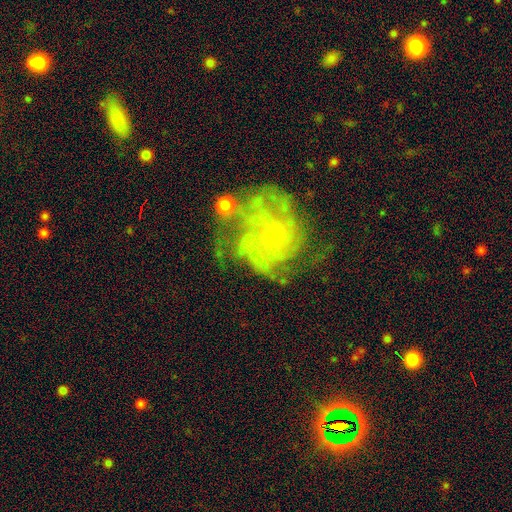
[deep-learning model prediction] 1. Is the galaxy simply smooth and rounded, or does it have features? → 76% featured or disk, 12% star or artifact, 12% smooth.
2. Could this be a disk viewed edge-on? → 98% no, 2% yes.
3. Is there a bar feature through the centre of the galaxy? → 74% no, 20% weak, 7% strong.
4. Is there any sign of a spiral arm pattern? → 88% yes, 12% no.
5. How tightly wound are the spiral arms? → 54% tight, 35% medium, 11% loose.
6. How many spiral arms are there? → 26% 3, 25% can't tell, 20% 4, 11% 2, 10% more than 4, 7% 1.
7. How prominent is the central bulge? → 67% small, 22% moderate, 8% none, 2% large, 1% dominant.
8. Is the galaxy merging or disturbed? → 42% none, 21% major disturbance, 19% merger, 17% minor disturbance.